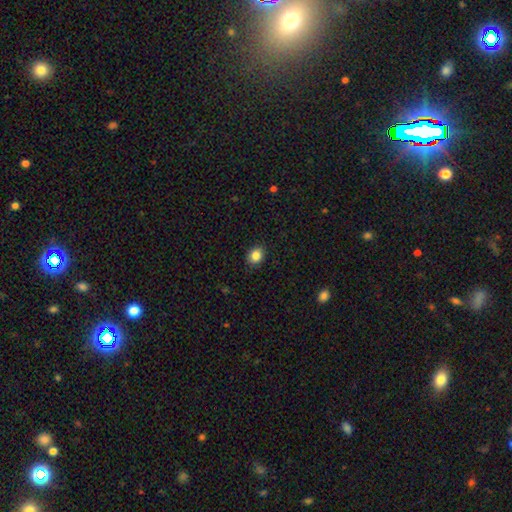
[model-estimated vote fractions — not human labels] Smooth or featured: smooth — 85% (star or artifact — 10%)
How rounded: round — 51% (in between — 48%)
Merging: none — 88% (minor disturbance — 9%)